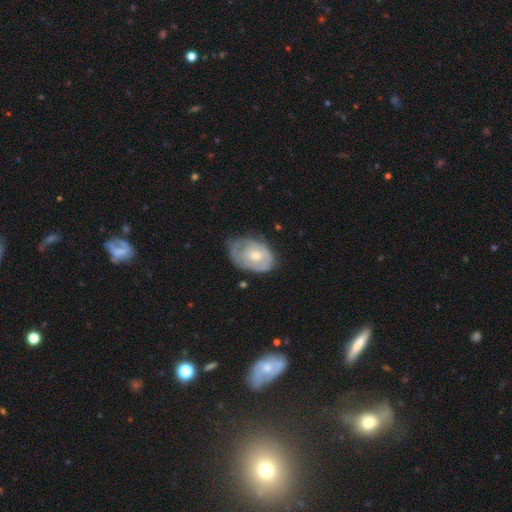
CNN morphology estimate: Smooth or featured? featured or disk (51%)
Edge-on disk? no (95%)
Merging? none (40%, tied with minor disturbance)